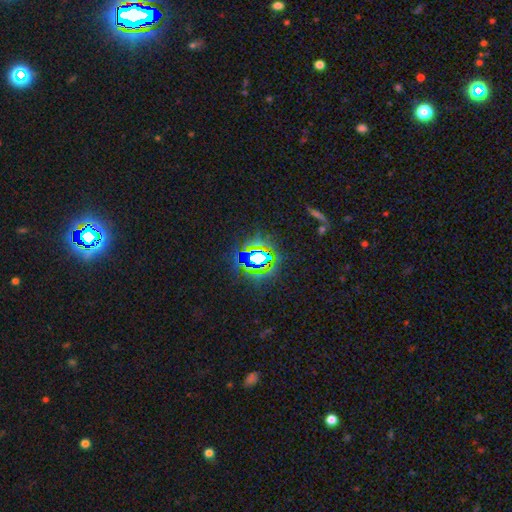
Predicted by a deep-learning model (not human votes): This is likely a star or artifact rather than a galaxy (69%).